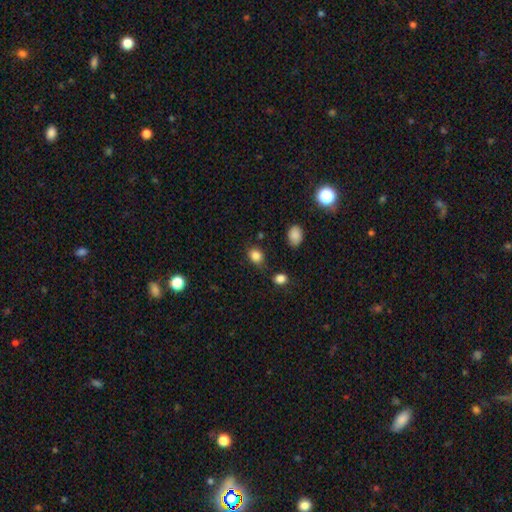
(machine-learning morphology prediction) The model was most divided on "how rounded": round: 51%, in between: 48%, cigar-shaped: 1%. More confident: smooth or featured — smooth (84%); merging — none (73%).